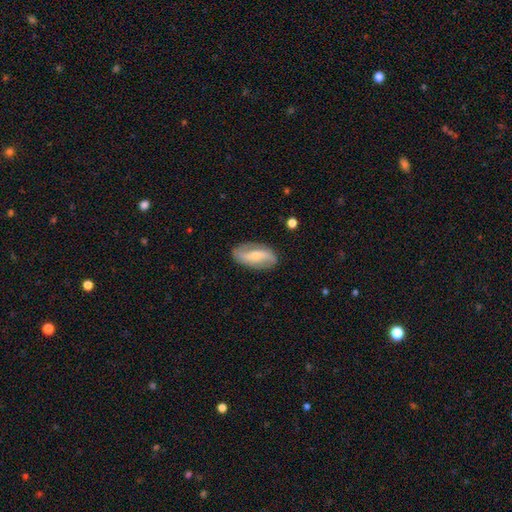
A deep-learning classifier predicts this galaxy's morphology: This appears to be a featured or disk galaxy (69%) with a weak bar (36%), 2 (89%) loose (60%) spiral arms (88%) and a small central bulge (55%). Merging: none (83%).